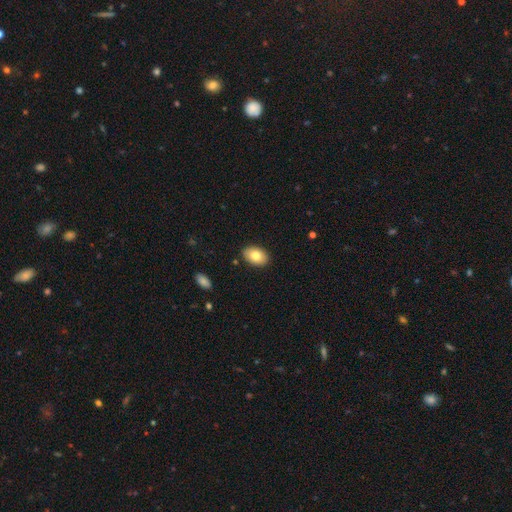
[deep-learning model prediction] smooth 80%, featured or disk 13%, star or artifact 7%. Down the decision tree: how rounded — in between (88%); merging — none (88%).